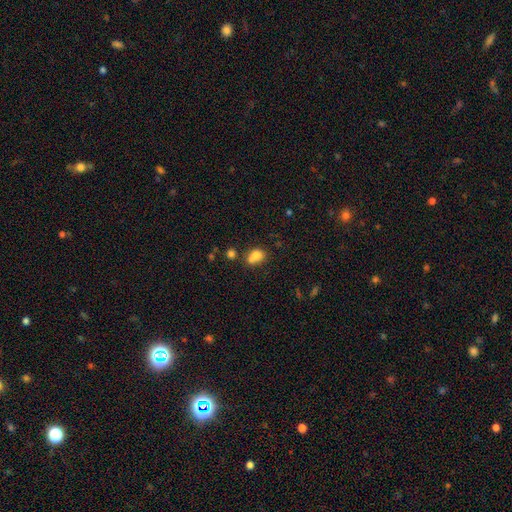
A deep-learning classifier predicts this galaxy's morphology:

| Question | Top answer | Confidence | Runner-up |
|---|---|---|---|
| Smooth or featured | smooth | 77% | featured or disk (11%) |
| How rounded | round | 52% | in between (47%) |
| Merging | merger | 43% | none (38%) |